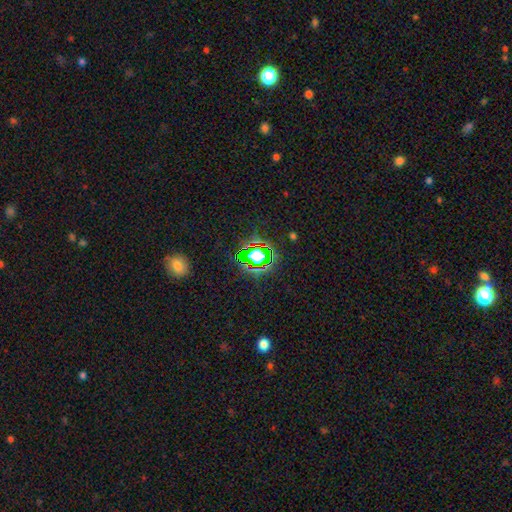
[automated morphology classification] A star or artifact, not a galaxy (65%).

Vote fractions:
- Smooth or featured? star or artifact: 65% / smooth: 22% / featured or disk: 13%